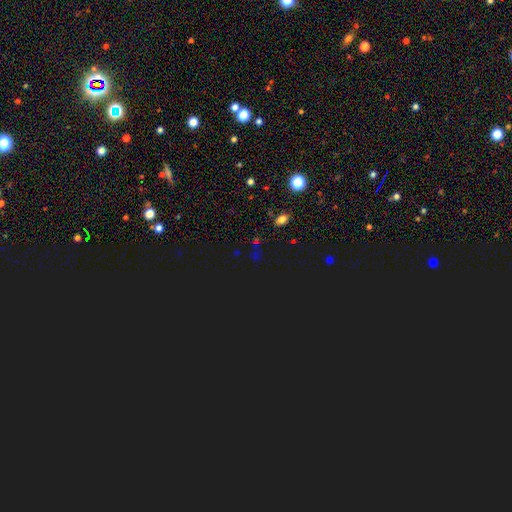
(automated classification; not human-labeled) Smooth or featured? Predicted: star or artifact (p=0.63).